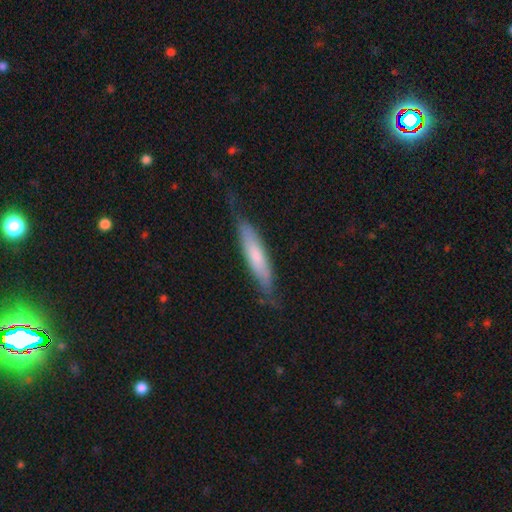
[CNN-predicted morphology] Smooth or featured: smooth — 64% (featured or disk — 30%)
How rounded: cigar-shaped — 74% (in between — 24%)
Merging: none — 68% (minor disturbance — 22%)